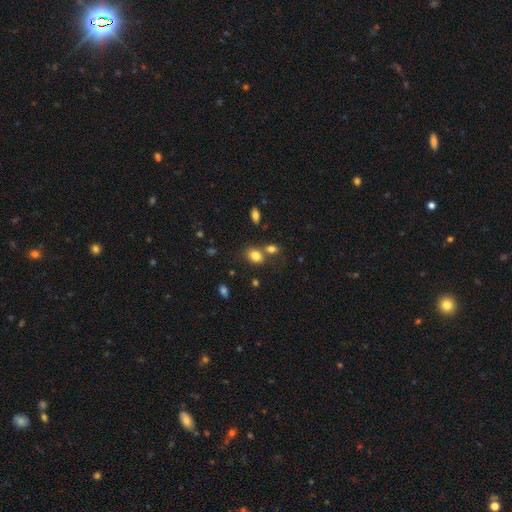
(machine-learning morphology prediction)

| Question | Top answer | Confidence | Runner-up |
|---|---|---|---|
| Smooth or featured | smooth | 81% | star or artifact (11%) |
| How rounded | in between | 64% | round (35%) |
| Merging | none | 56% | merger (27%) |